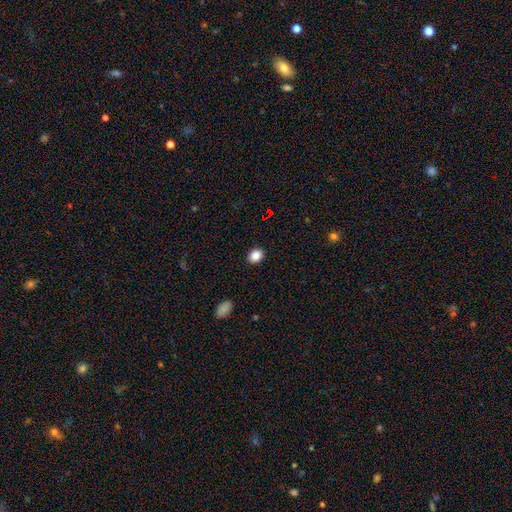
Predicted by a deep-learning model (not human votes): Smooth or featured? smooth (86%)
How rounded? in between (53%)
Merging? none (90%)